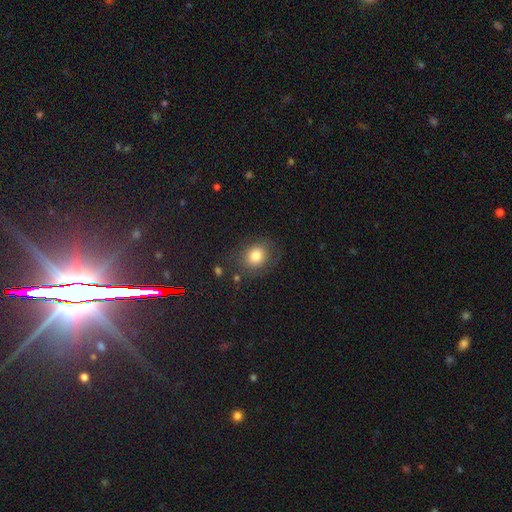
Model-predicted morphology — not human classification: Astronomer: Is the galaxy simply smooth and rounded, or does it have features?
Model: smooth — 79%.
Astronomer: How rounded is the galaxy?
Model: round — 54% (runner-up: in between, 45%).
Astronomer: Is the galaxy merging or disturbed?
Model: none — 72%.